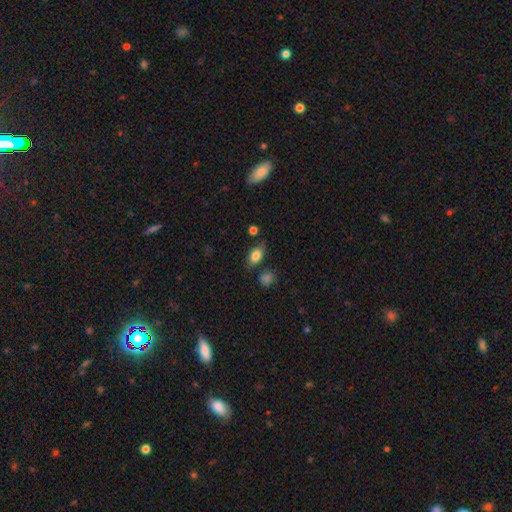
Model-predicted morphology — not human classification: A smooth galaxy with no disk features (81%) that is in between round and cigar-shaped (85%).

Vote fractions:
- Smooth or featured? smooth: 81% / featured or disk: 10% / star or artifact: 8%
- How rounded? in between: 85% / round: 11% / cigar-shaped: 3%
- Merging? none: 75% / minor disturbance: 17% / merger: 5% / major disturbance: 4%